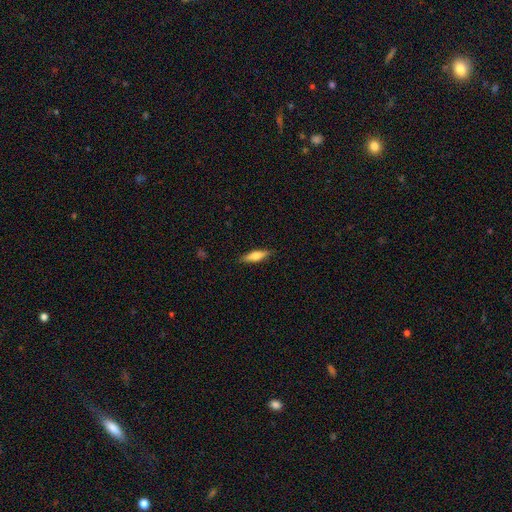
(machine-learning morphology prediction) type=smooth (67%); roundness=cigar-shaped (60%); merging=none (86%).